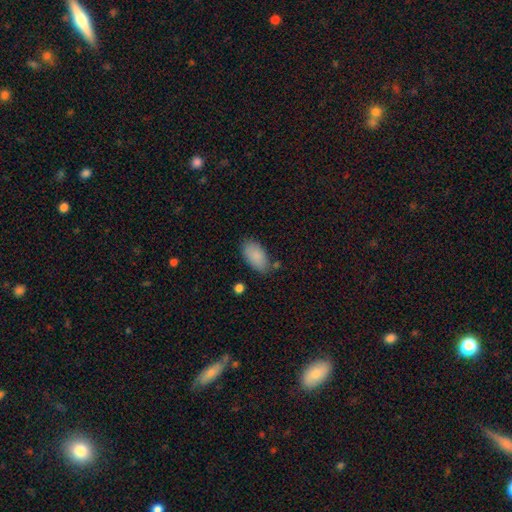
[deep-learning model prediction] Smooth or featured?
  - smooth: 88% *
  - star or artifact: 7%
  - featured or disk: 5%
How rounded?
  - in between: 94% *
  - round: 3%
  - cigar-shaped: 3%
Merging?
  - none: 73% *
  - minor disturbance: 19%
  - major disturbance: 4%
  - merger: 4%